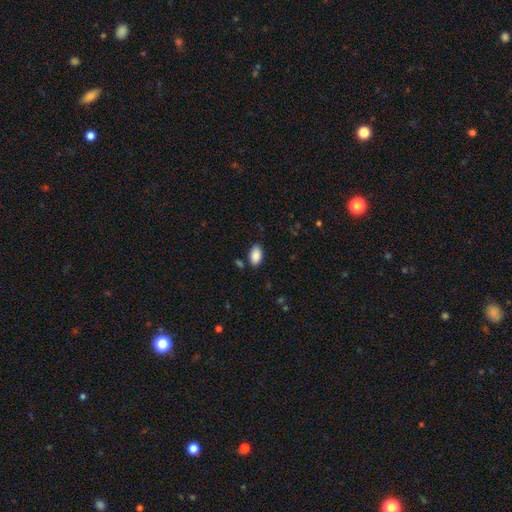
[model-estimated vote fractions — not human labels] A smooth galaxy with no disk features (89%) that is in between round and cigar-shaped (94%).

Vote fractions:
- Smooth or featured? smooth: 89% / star or artifact: 7% / featured or disk: 4%
- How rounded? in between: 94% / round: 4% / cigar-shaped: 2%
- Merging? none: 83% / minor disturbance: 12% / merger: 3% / major disturbance: 3%